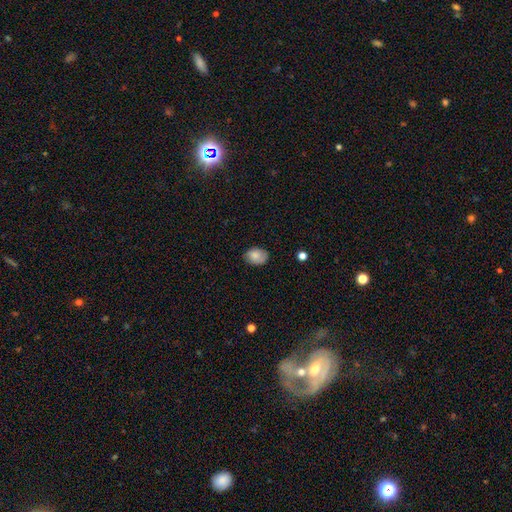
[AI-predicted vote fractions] Smooth or featured? Predicted: smooth (p=0.83). How rounded? Predicted: in between (p=0.72). Merging? Predicted: none (p=0.77).